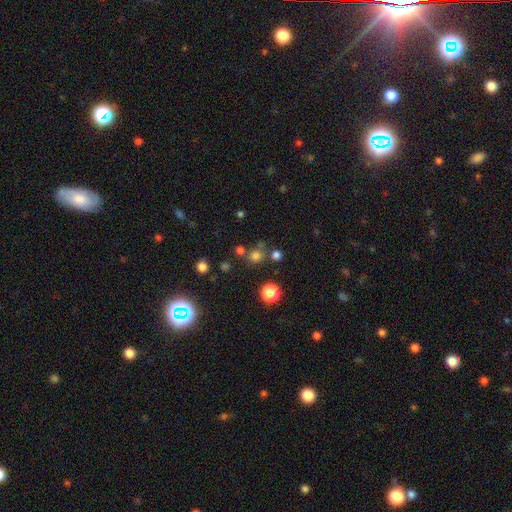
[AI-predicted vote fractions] Q: Smooth or featured?
A: smooth (69%); runner-up: star or artifact (24%)
Q: How rounded?
A: round (90%); runner-up: in between (9%)
Q: Merging?
A: none (72%); runner-up: merger (15%)